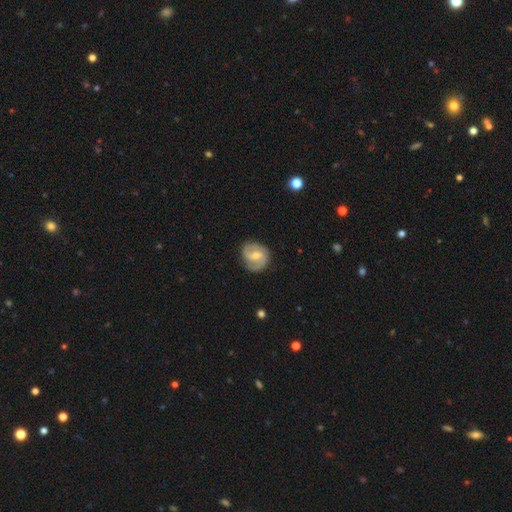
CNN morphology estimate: A featured or disk galaxy (76%) with a weak bar (54%), 2 (82%) medium (49%) spiral arms (94%) and a moderate central bulge (51%). Merging: none (80%).